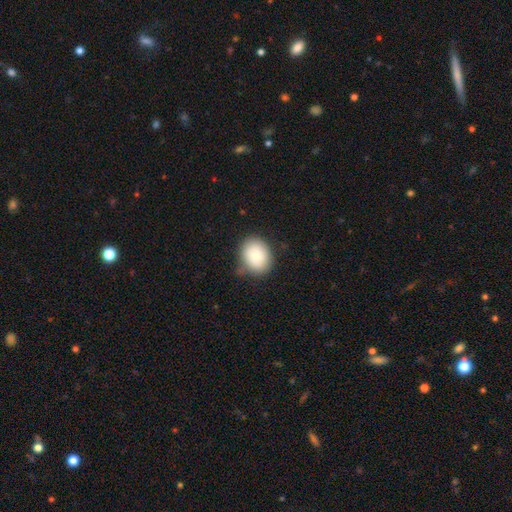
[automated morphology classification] Smooth or featured: smooth — 84% (featured or disk — 9%)
How rounded: round — 55% (in between — 44%)
Merging: none — 75% (minor disturbance — 19%)